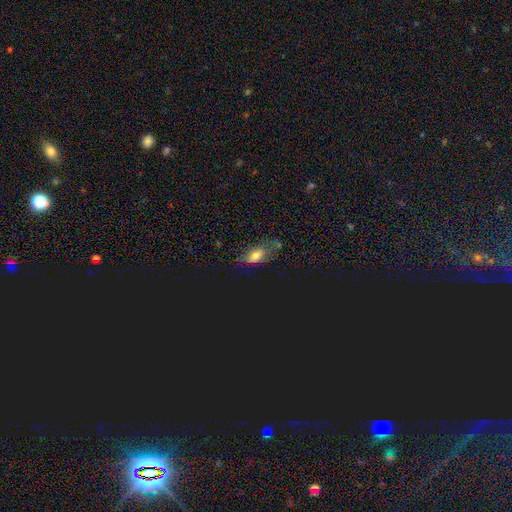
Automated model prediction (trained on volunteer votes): Smooth or featured: smooth — 58% (star or artifact — 28%)
How rounded: in between — 82% (round — 11%)
Merging: none — 58% (minor disturbance — 24%)